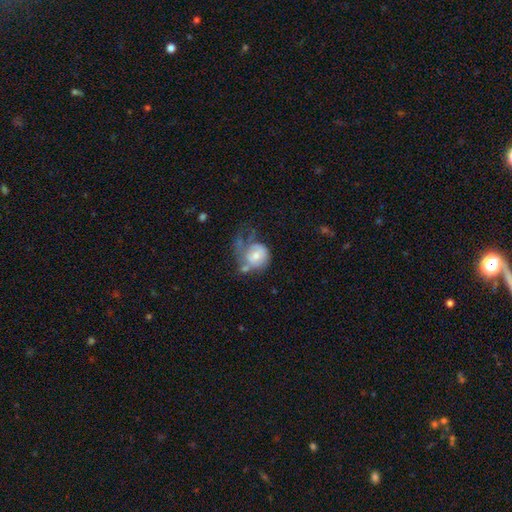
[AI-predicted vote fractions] Smooth or featured: smooth — 48% (featured or disk — 44%)
Merging: major disturbance — 43% (none — 22%)